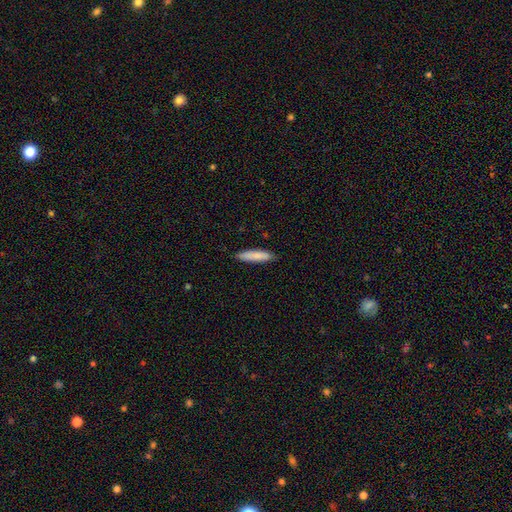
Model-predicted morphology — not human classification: Smooth or featured?
  - smooth: 84% *
  - featured or disk: 10%
  - star or artifact: 6%
How rounded?
  - cigar-shaped: 83% *
  - in between: 16%
  - round: 1%
Merging?
  - none: 87% *
  - minor disturbance: 10%
  - major disturbance: 2%
  - merger: 1%